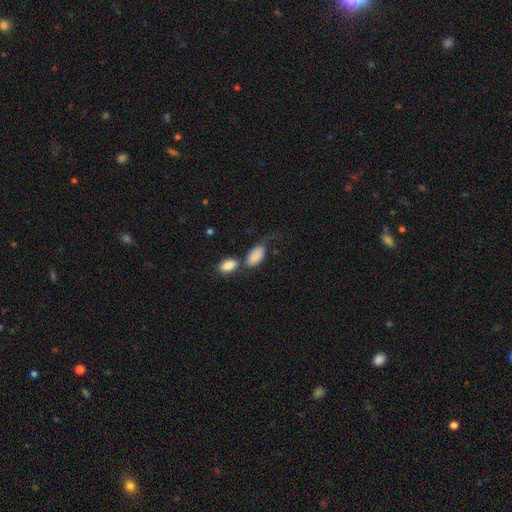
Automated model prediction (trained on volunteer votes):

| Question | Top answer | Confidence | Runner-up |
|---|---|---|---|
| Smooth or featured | smooth | 85% | featured or disk (8%) |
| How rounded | in between | 93% | round (4%) |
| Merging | merger | 35% | none (31%) |